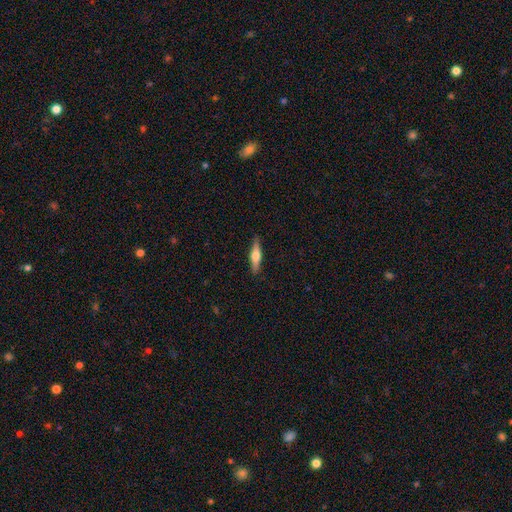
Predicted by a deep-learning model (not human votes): Smooth or featured?
  - featured or disk: 49% *
  - smooth: 45%
  - star or artifact: 6%
Merging?
  - none: 89% *
  - minor disturbance: 8%
  - major disturbance: 2%
  - merger: 1%